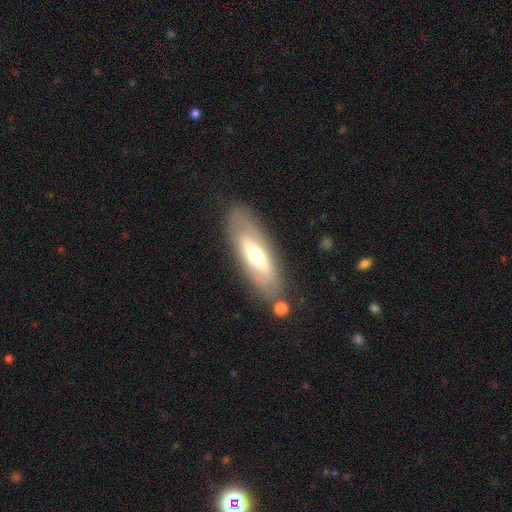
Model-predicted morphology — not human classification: Q: Smooth or featured?
A: featured or disk (54%); runner-up: smooth (40%)
Q: Edge-on disk?
A: no (69%); runner-up: yes (31%)
Q: Merging?
A: none (78%); runner-up: minor disturbance (14%)